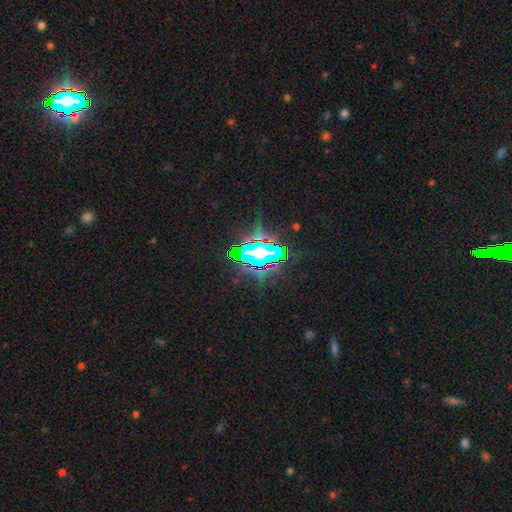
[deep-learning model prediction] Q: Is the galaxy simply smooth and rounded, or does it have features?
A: star or artifact — 64%.